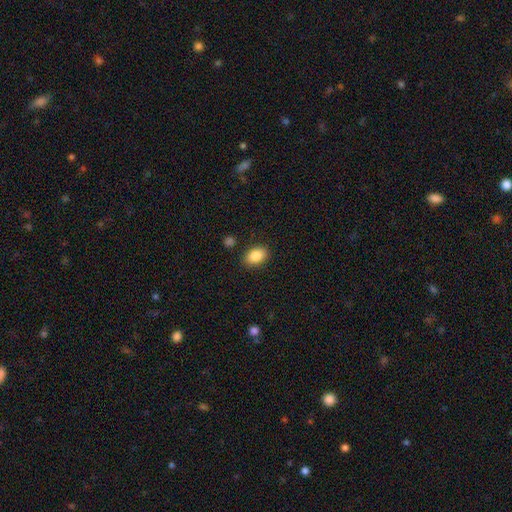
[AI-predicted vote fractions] Smooth or featured?
  - smooth: 87% *
  - star or artifact: 8%
  - featured or disk: 5%
How rounded?
  - in between: 85% *
  - round: 14%
  - cigar-shaped: 1%
Merging?
  - none: 86% *
  - minor disturbance: 9%
  - major disturbance: 3%
  - merger: 2%